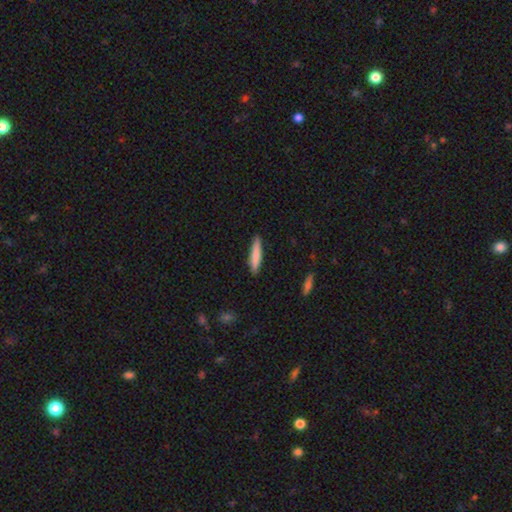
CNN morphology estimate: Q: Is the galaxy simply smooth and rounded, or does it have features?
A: smooth — 80%.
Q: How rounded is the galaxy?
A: cigar-shaped — 89%.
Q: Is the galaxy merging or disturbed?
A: none — 89%.